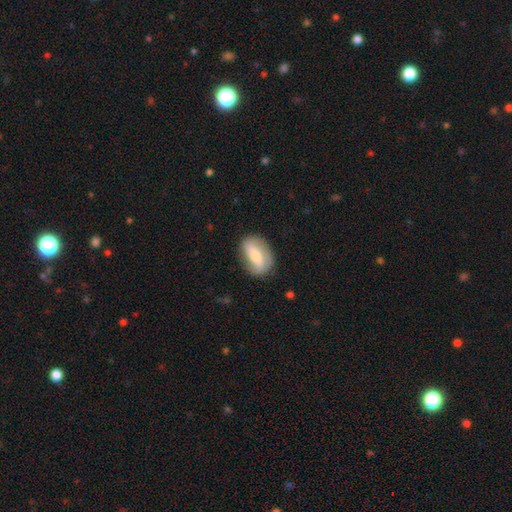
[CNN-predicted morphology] The model was most divided on "smooth or featured": smooth: 51%, featured or disk: 43%, star or artifact: 6%. More confident: how rounded — in between (83%); merging — none (79%).